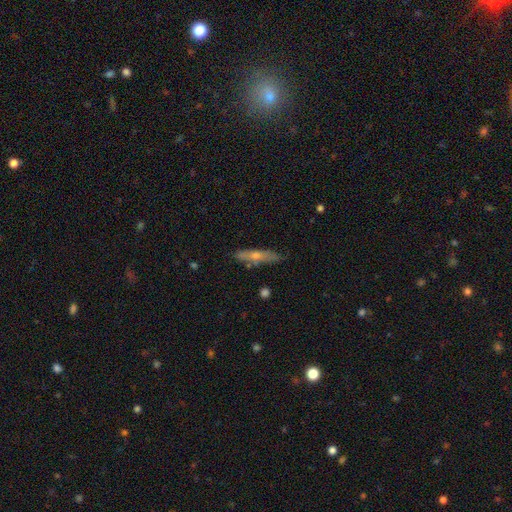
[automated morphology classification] type=featured or disk (47%); merging=none (81%).